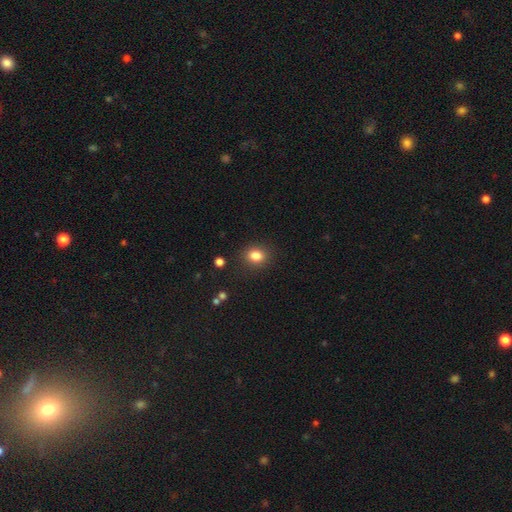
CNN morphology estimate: smooth_or_featured: smooth (p=0.83) [alt: star or artifact p=0.11]
how_rounded: round (p=0.52) [alt: in between p=0.47]
merging: none (p=0.86) [alt: minor disturbance p=0.09]